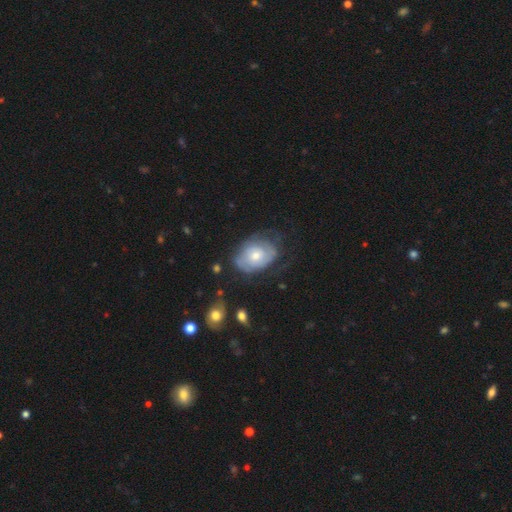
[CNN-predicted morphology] Smooth or featured? featured or disk (57%)
Edge-on disk? no (95%)
Bar? no (79%)
Spiral arms? yes (69%)
Bulge size? moderate (55%)
Merging? none (55%)